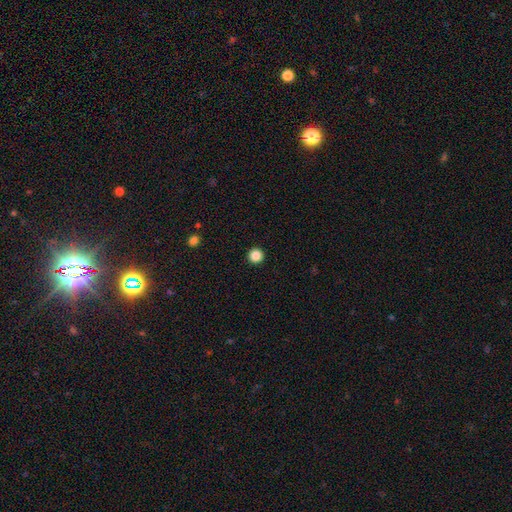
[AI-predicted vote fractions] Smooth or featured?
  - smooth: 86% *
  - star or artifact: 11%
  - featured or disk: 3%
How rounded?
  - round: 96% *
  - in between: 3%
  - cigar-shaped: 1%
Merging?
  - none: 94% *
  - minor disturbance: 4%
  - major disturbance: 1%
  - merger: 1%